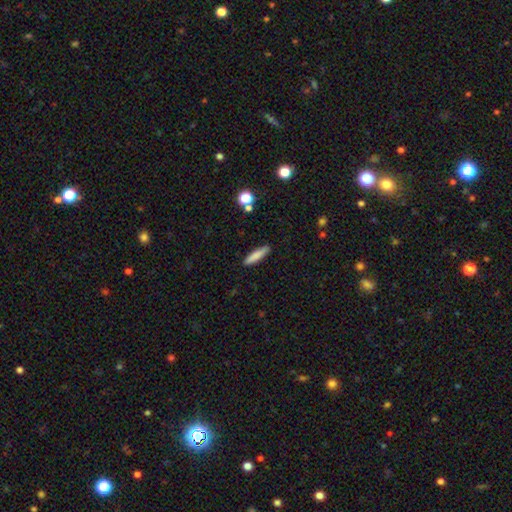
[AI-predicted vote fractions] Q: Smooth or featured?
A: smooth (80%); runner-up: featured or disk (13%)
Q: How rounded?
A: cigar-shaped (84%); runner-up: in between (14%)
Q: Merging?
A: none (89%); runner-up: minor disturbance (7%)